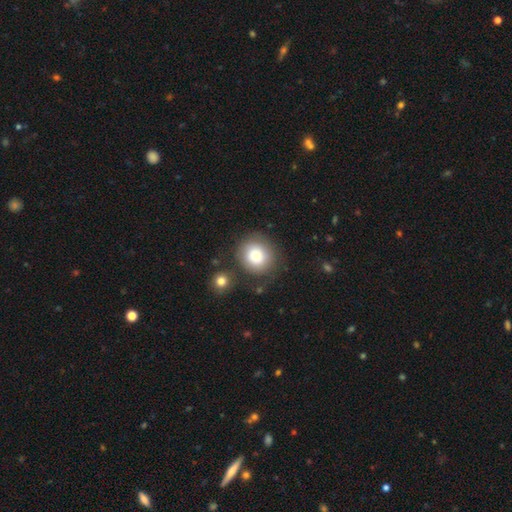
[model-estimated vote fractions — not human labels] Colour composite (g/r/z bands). It shows a smooth galaxy with no disk features (79%) that is round (88%). Merging: none (74%).